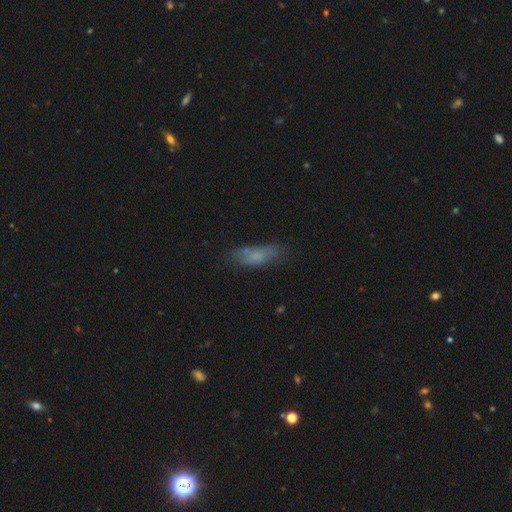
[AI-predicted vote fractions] smooth-or-featured: smooth: 69% | featured or disk: 21% | star or artifact: 10%
  how-rounded: in between: 53% | cigar-shaped: 44% | round: 3%
  merging: none: 61% | minor disturbance: 25% | major disturbance: 11% | merger: 3%